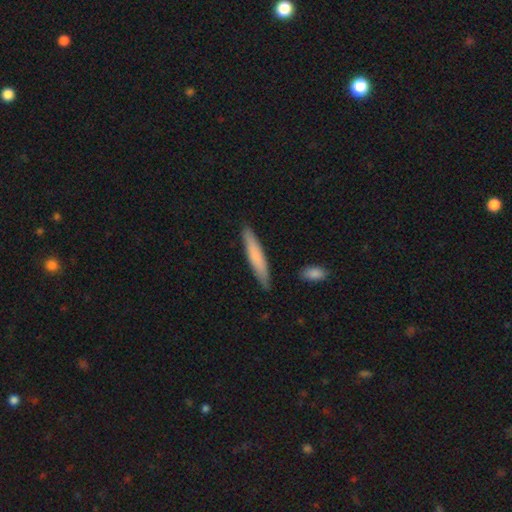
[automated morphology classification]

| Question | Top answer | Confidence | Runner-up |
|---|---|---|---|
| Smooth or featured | smooth | 74% | featured or disk (21%) |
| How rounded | cigar-shaped | 92% | in between (7%) |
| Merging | none | 87% | minor disturbance (10%) |